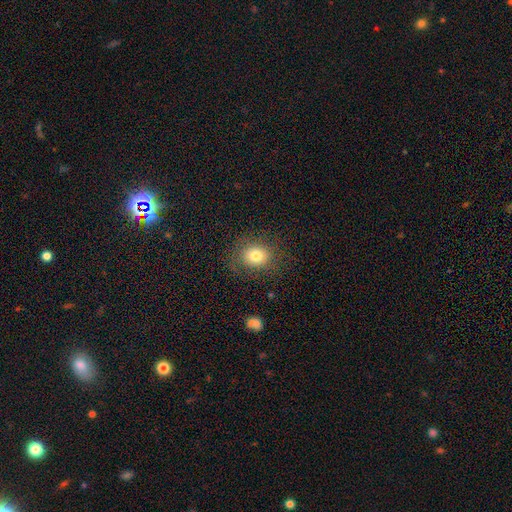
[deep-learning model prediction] smooth_or_featured: smooth (p=0.79) [alt: star or artifact p=0.11]
how_rounded: round (p=0.66) [alt: in between p=0.33]
merging: none (p=0.81) [alt: minor disturbance p=0.12]